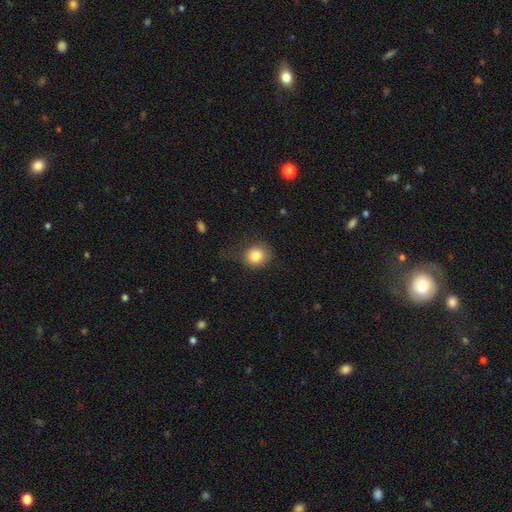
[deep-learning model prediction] Smooth or featured?
  - smooth: 82% *
  - star or artifact: 10%
  - featured or disk: 8%
How rounded?
  - round: 81% *
  - in between: 18%
  - cigar-shaped: 1%
Merging?
  - none: 67% *
  - minor disturbance: 21%
  - major disturbance: 10%
  - merger: 2%